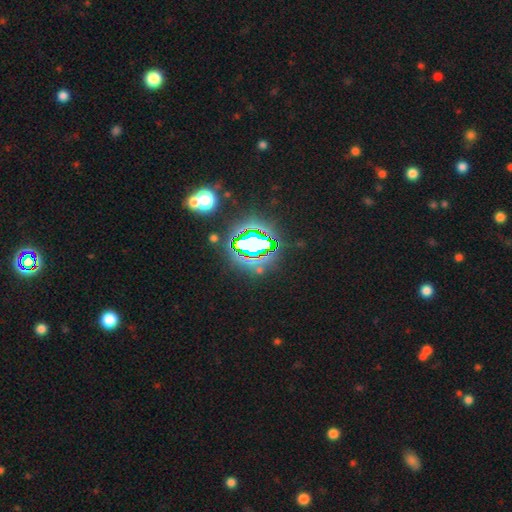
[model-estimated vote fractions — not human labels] Overall: star or artifact (83%).